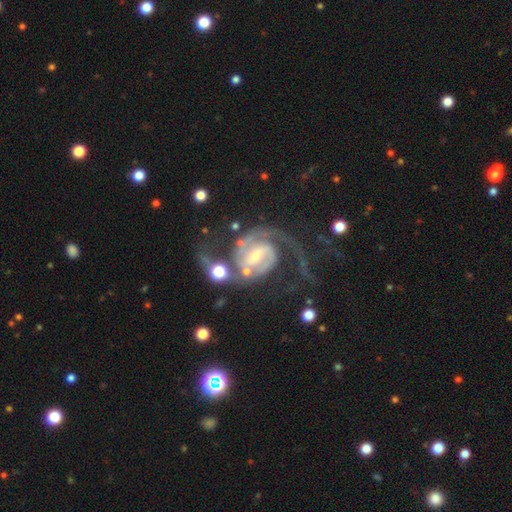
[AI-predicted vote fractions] The model was most divided on "bar": weak: 48%, strong: 35%, no: 18%. Remaining: spiral arms — yes (98%); edge-on disk — no (98%); smooth or featured — featured or disk (91%); spiral arm count — 2 (84%); bulge size — small (56%); spiral winding — medium (49%); merging — none (49%).